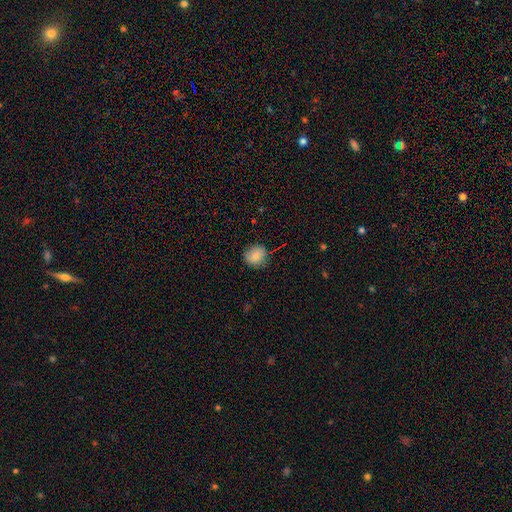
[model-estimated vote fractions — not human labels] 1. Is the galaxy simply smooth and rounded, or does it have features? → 79% smooth, 12% featured or disk, 9% star or artifact.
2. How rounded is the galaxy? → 81% round, 18% in between, 1% cigar-shaped.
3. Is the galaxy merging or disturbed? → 79% none, 17% minor disturbance, 3% major disturbance, 1% merger.